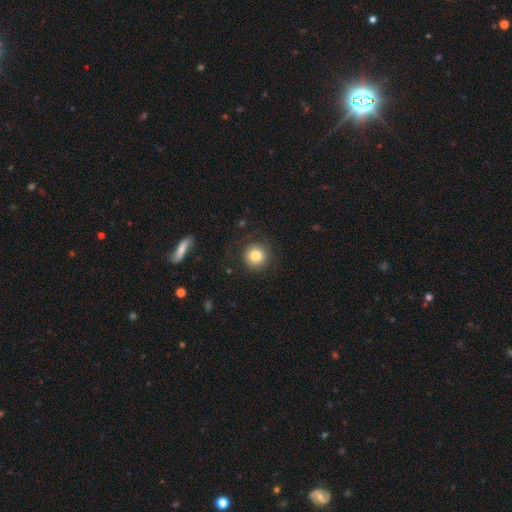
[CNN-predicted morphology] Q: Smooth or featured?
A: smooth (80%); runner-up: featured or disk (10%)
Q: How rounded?
A: round (94%); runner-up: in between (5%)
Q: Merging?
A: none (84%); runner-up: minor disturbance (9%)